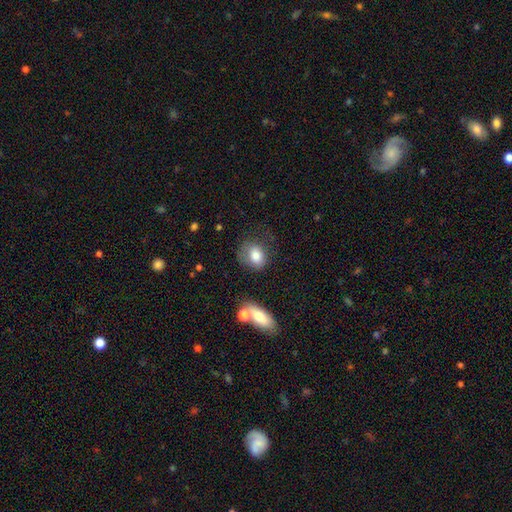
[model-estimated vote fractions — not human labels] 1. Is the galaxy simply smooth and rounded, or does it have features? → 78% smooth, 13% featured or disk, 9% star or artifact.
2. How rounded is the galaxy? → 56% in between, 42% round, 1% cigar-shaped.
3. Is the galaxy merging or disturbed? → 53% none, 25% minor disturbance, 16% major disturbance, 6% merger.